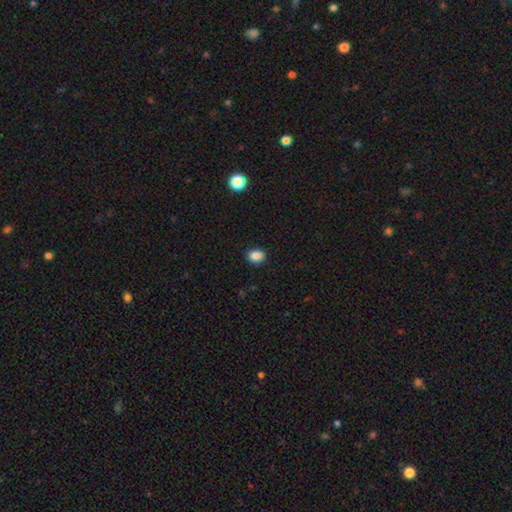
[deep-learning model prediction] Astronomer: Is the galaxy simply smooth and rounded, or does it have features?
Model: smooth — 87%.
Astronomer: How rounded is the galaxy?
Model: round — 57% (runner-up: in between, 42%).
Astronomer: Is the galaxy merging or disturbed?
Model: none — 89%.